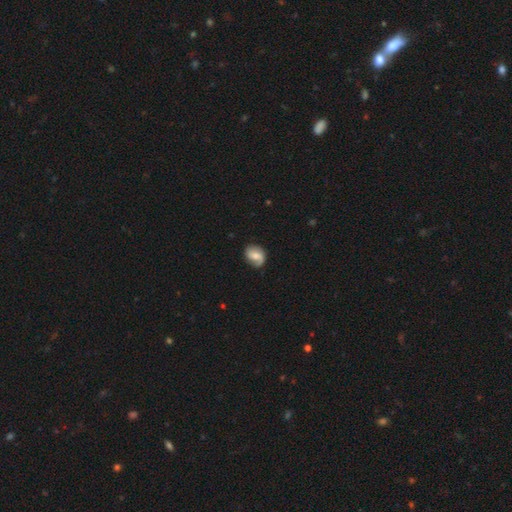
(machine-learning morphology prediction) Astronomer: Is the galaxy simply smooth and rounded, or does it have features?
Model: featured or disk — 49% (runner-up: smooth, 43%).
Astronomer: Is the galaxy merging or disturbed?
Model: none — 71%.